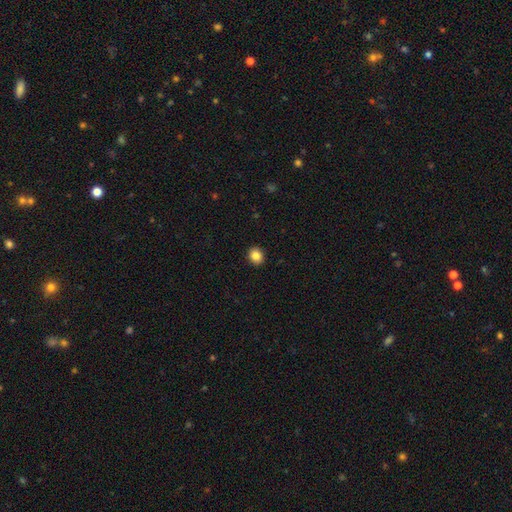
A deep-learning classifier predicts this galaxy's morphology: smooth-or-featured: smooth: 86% | star or artifact: 10% | featured or disk: 4%
  how-rounded: round: 69% | in between: 30% | cigar-shaped: 1%
  merging: none: 92% | minor disturbance: 6% | major disturbance: 2% | merger: 1%